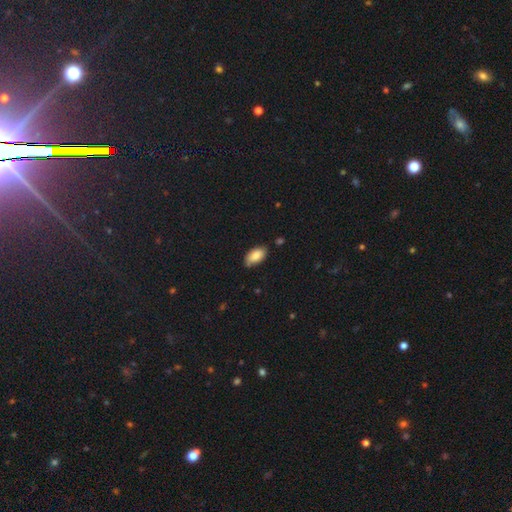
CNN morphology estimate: This is clearly a smooth galaxy (83%). How rounded: clearly in between (94%). Merging: likely none (74%).